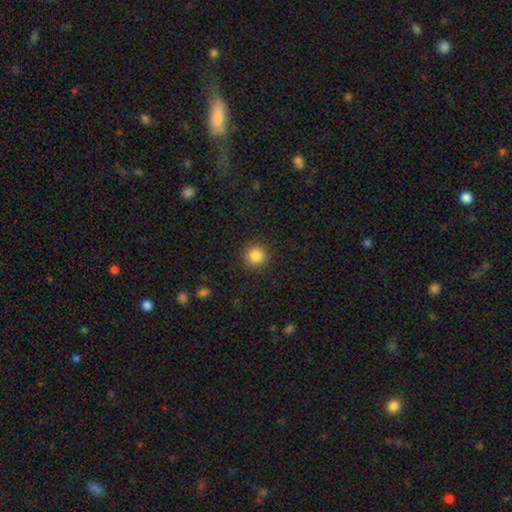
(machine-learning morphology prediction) A smooth galaxy with no disk features (86%) that is round (94%).

Vote fractions:
- Smooth or featured? smooth: 86% / star or artifact: 10% / featured or disk: 4%
- How rounded? round: 94% / in between: 5% / cigar-shaped: 1%
- Merging? none: 91% / minor disturbance: 6% / major disturbance: 2% / merger: 1%